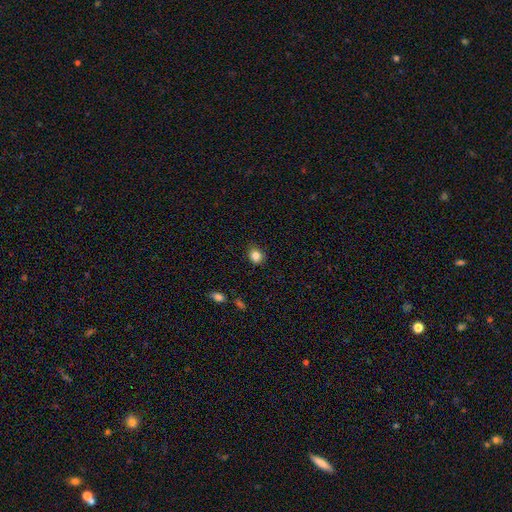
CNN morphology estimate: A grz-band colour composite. It shows a smooth galaxy with no disk features (84%) that is round (70%). Merging: none (83%).